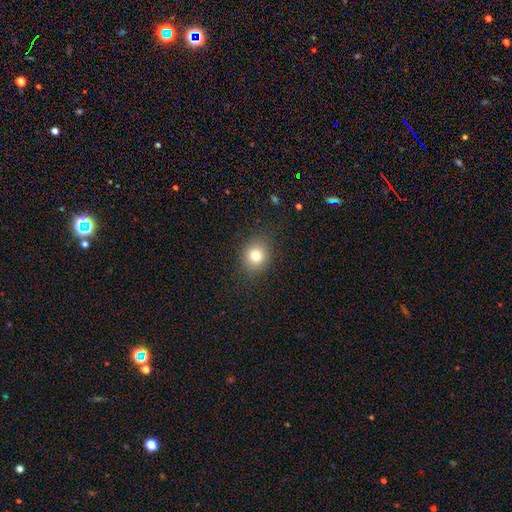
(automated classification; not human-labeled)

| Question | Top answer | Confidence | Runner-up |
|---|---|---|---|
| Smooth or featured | smooth | 80% | star or artifact (12%) |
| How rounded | round | 65% | in between (34%) |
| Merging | none | 86% | minor disturbance (10%) |